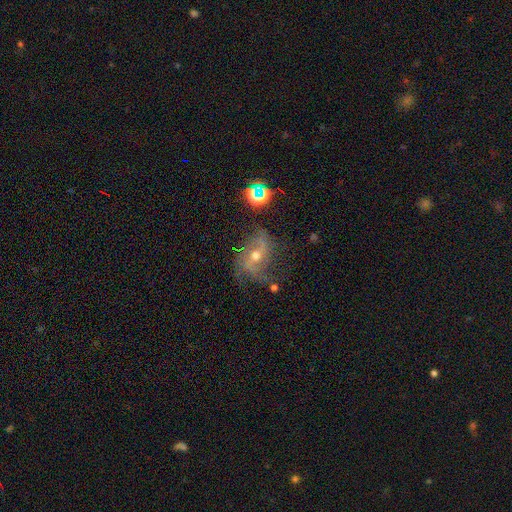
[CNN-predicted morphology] Overall: featured or disk (74%). Edge-on disk: no (95%). Bar: no (43%; weak 37%). Spiral arms: yes (90%). Spiral arm count: 2 (66%). Spiral winding: loose (56%; medium 32%). Bulge size: moderate (62%; small 33%). Merging: none (56%; minor disturbance 23%).